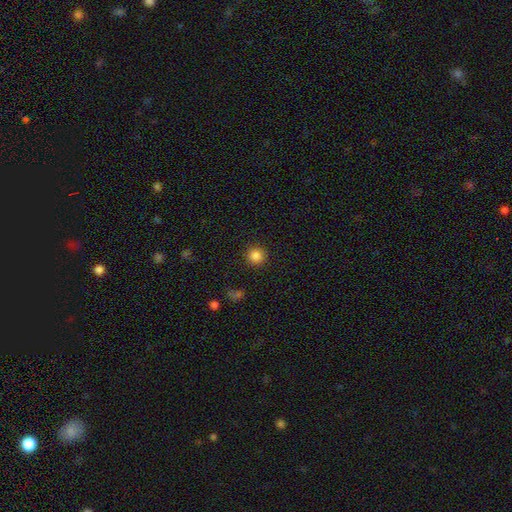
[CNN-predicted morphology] smooth-or-featured: smooth: 84% | star or artifact: 12% | featured or disk: 4%
  how-rounded: round: 95% | in between: 4% | cigar-shaped: 1%
  merging: none: 90% | minor disturbance: 6% | major disturbance: 2% | merger: 1%